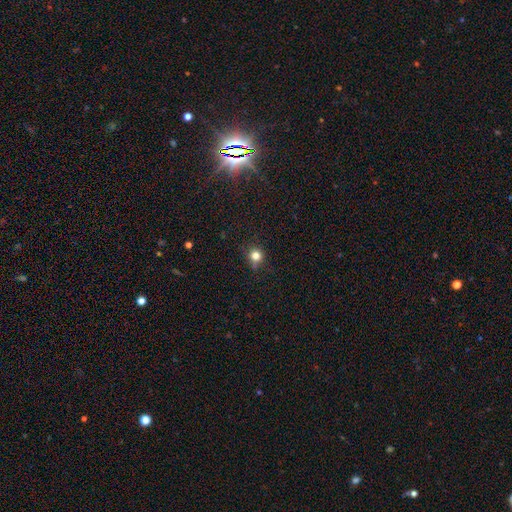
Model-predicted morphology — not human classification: This is likely a smooth galaxy (80%). How rounded: clearly round (90%). Merging: likely none (75%).